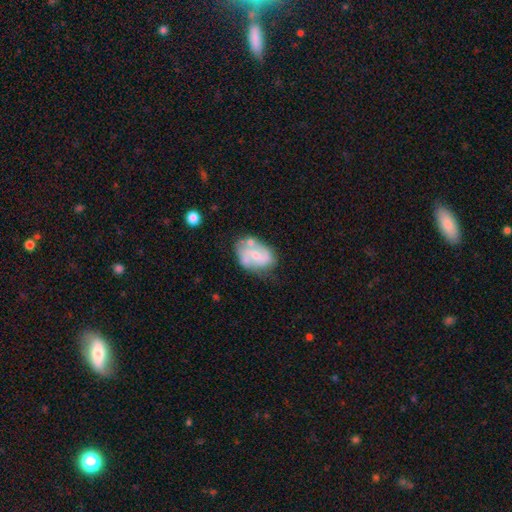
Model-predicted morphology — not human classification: Smooth or featured? Predicted: featured or disk (p=0.70). Edge-on disk? Predicted: no (p=0.97). Bar? Predicted: no (p=0.53). Spiral arms? Predicted: yes (p=0.84). Spiral winding? Predicted: medium (p=0.48). Spiral arm count? Predicted: 2 (p=0.74). Bulge size? Predicted: small (p=0.48). Merging? Predicted: none (p=0.52).